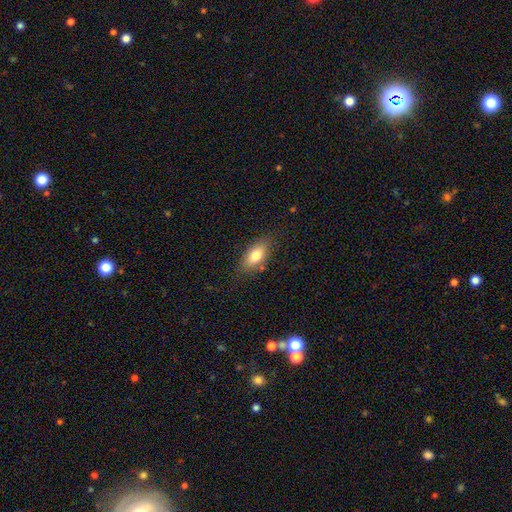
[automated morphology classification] smooth_or_featured: smooth (p=0.78) [alt: featured or disk p=0.15]
how_rounded: in between (p=0.86) [alt: cigar-shaped p=0.10]
merging: none (p=0.78) [alt: minor disturbance p=0.16]